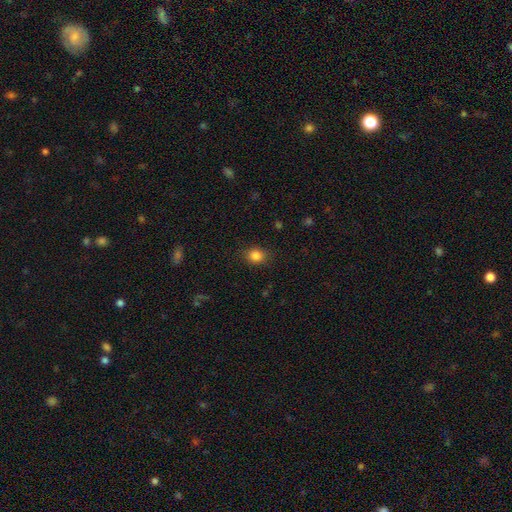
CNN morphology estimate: This appears to be a smooth galaxy with no disk features (84%) that is round (64%). Merging: none (84%).